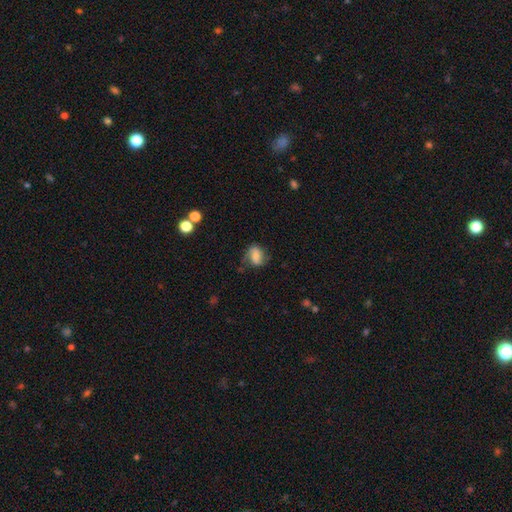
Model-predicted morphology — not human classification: smooth 51%, featured or disk 40%, star or artifact 9%. Down the decision tree: how rounded — in between (67%); merging — none (54%).